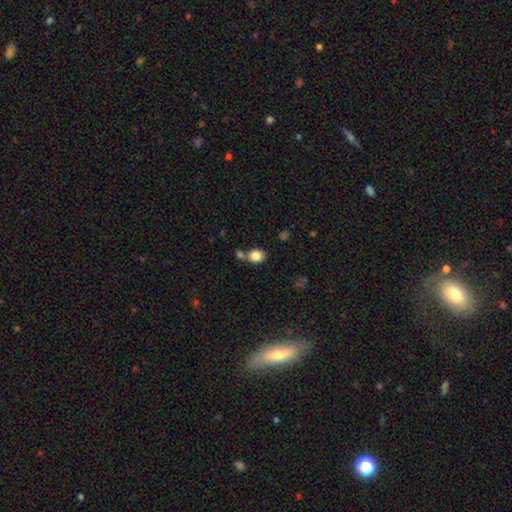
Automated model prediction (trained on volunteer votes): smooth 84%, star or artifact 10%, featured or disk 6%. Down the decision tree: how rounded — round (58%); merging — none (59%).